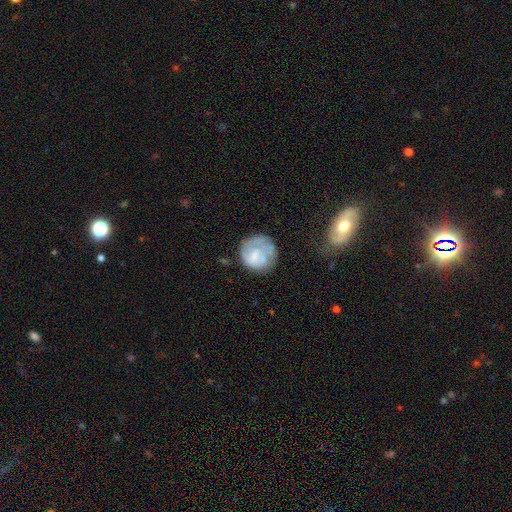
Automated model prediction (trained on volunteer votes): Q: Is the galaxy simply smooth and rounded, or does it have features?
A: smooth — 49%.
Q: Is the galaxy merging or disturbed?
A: none — 56%.